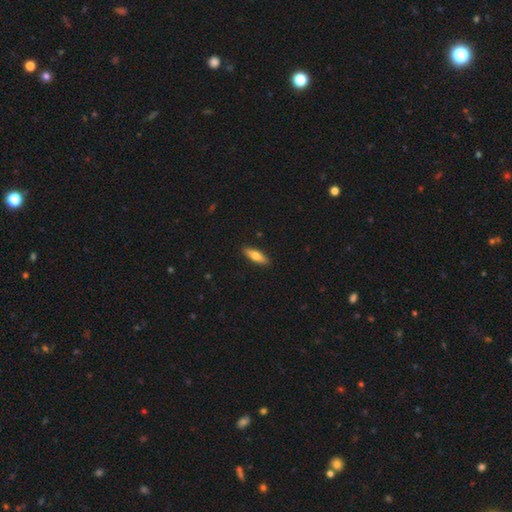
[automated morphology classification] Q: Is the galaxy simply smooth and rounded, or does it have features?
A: smooth — 67%.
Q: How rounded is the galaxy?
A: cigar-shaped — 54%.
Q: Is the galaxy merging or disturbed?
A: none — 90%.